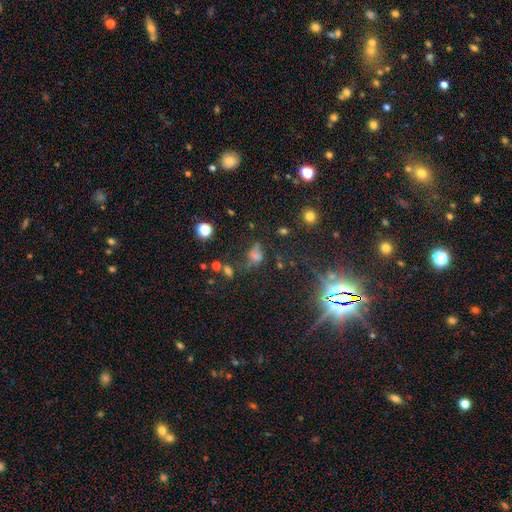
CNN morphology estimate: Smooth or featured? star or artifact (47%)